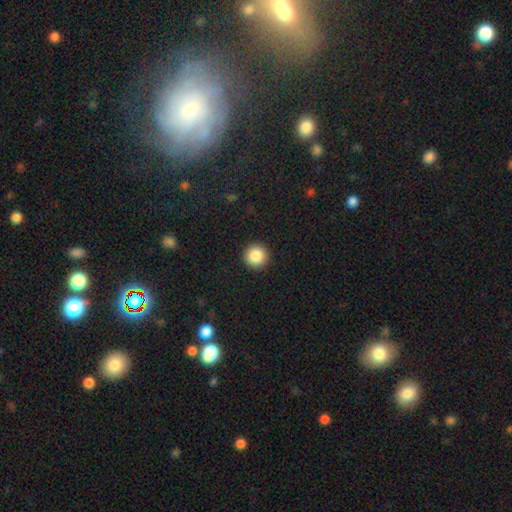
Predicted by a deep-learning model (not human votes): This appears to be a smooth galaxy with no disk features (87%) that is round (96%). Merging: none (93%).